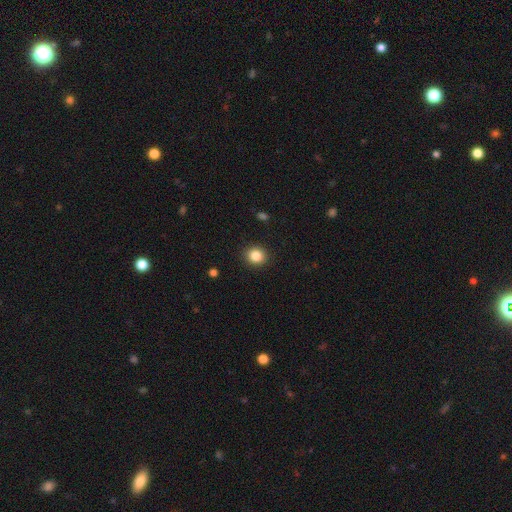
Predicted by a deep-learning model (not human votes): Morphology: type=smooth (85%); roundness=round (82%); merging=none (91%).